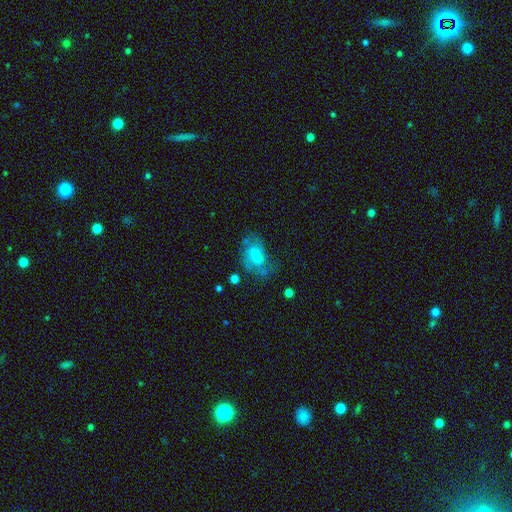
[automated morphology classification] Smooth or featured: featured or disk — 56% (smooth — 34%)
Edge-on disk: no — 96% (yes — 4%)
Bar: no — 57% (weak — 37%)
Spiral arms: yes — 79% (no — 21%)
Bulge size: small — 41% (moderate — 32%)
Merging: none — 45% (major disturbance — 25%)